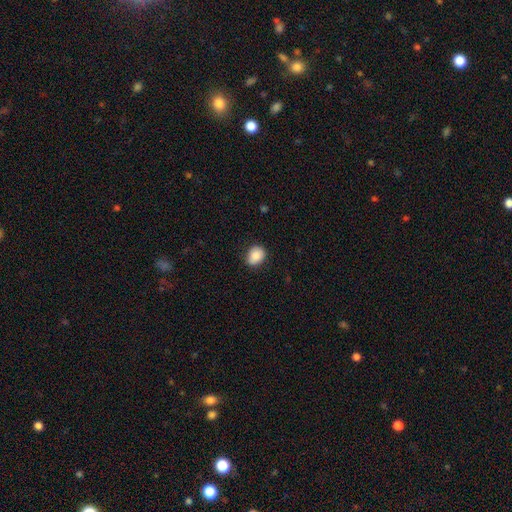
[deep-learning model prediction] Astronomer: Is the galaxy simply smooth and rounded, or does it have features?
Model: smooth — 86%.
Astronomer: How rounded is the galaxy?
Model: in between — 51% (runner-up: round, 48%).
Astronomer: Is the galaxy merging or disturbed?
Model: none — 80%.